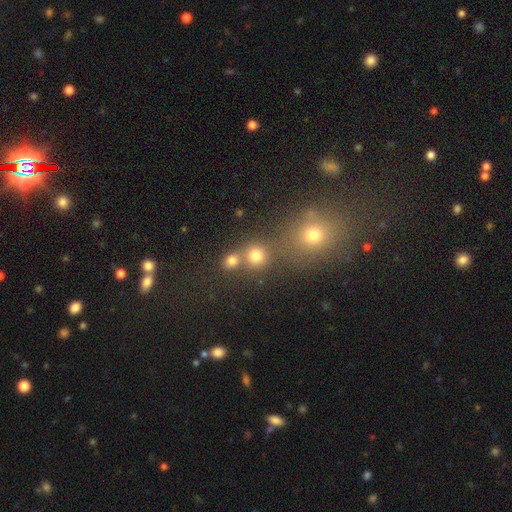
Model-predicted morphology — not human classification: type=smooth (77%); roundness=round (87%); merging=none (58%).